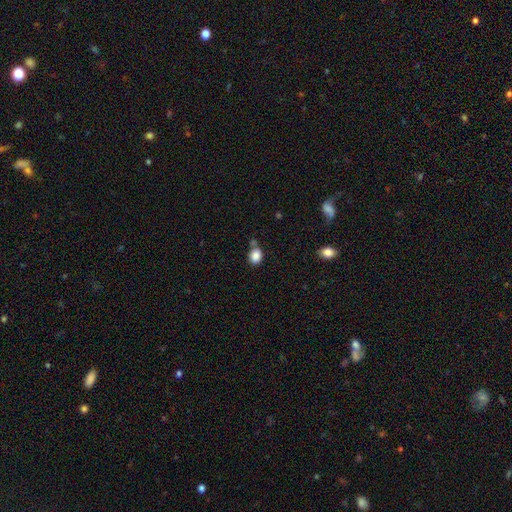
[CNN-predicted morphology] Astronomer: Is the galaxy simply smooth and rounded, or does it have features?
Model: smooth — 86%.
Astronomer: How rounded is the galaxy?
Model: in between — 52% (runner-up: round, 47%).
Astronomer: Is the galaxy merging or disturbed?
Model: none — 61%.